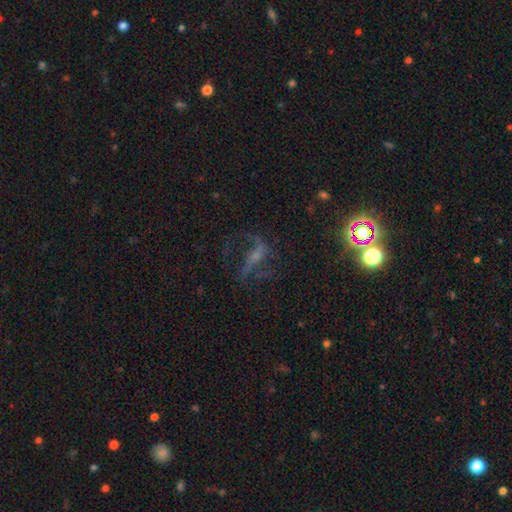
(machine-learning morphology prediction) Smooth or featured?
  - featured or disk: 62% *
  - star or artifact: 24%
  - smooth: 14%
Edge-on disk?
  - no: 89% *
  - yes: 11%
Bar?
  - strong: 35% *
  - no: 33%
  - weak: 32%
Spiral arms?
  - yes: 84% *
  - no: 16%
Bulge size?
  - small: 52% *
  - moderate: 23%
  - none: 20%
  - large: 4%
  - dominant: 2%
Merging?
  - none: 58% *
  - major disturbance: 23%
  - minor disturbance: 15%
  - merger: 3%